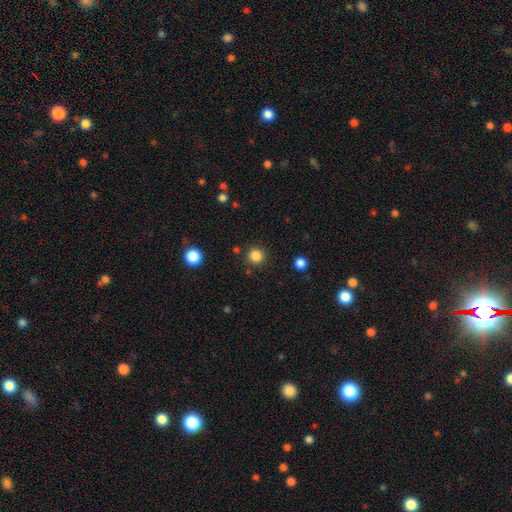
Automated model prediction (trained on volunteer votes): This is clearly a smooth galaxy (84%). How rounded: clearly round (95%). Merging: clearly none (89%).